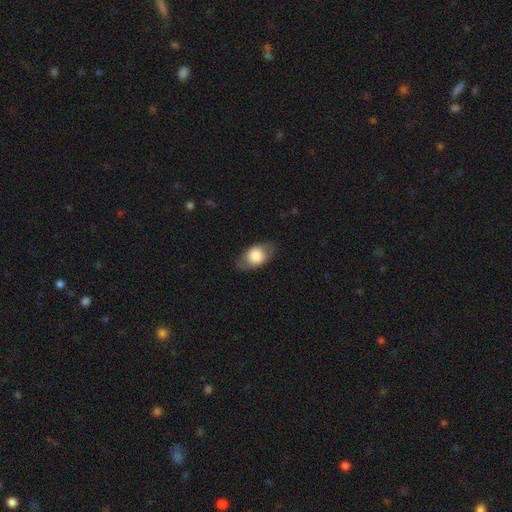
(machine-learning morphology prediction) Smooth or featured: smooth — 71% (featured or disk — 23%)
How rounded: in between — 79% (round — 19%)
Merging: none — 79% (minor disturbance — 14%)